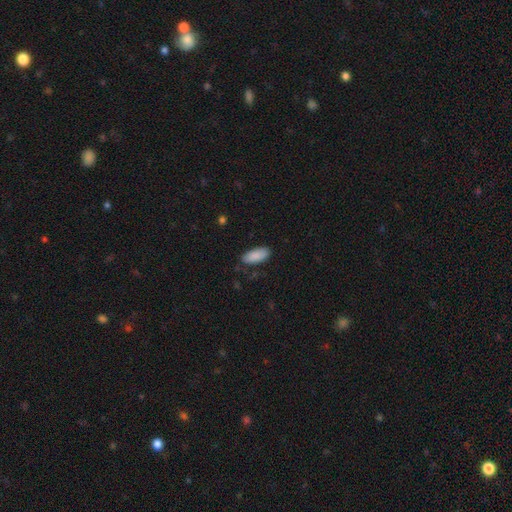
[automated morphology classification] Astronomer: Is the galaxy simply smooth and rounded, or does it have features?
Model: smooth — 89%.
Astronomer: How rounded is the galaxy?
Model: in between — 86%.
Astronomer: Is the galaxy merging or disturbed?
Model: none — 82%.